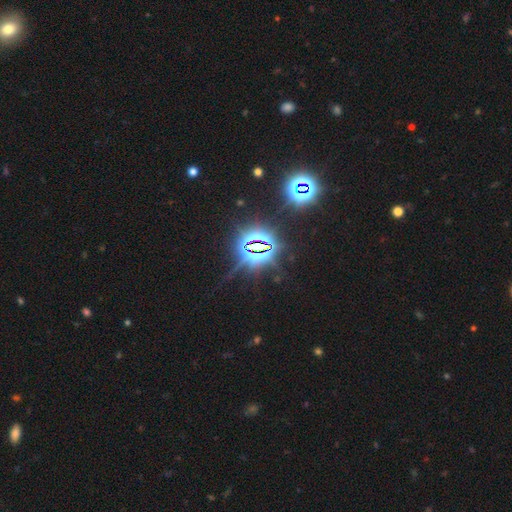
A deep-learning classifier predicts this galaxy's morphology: Smooth or featured: star or artifact — 83% (featured or disk — 9%)